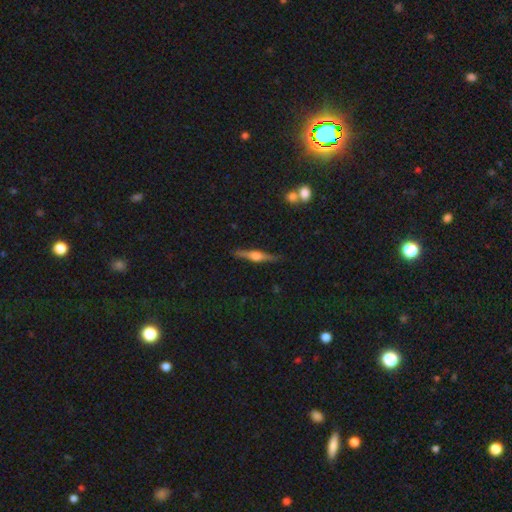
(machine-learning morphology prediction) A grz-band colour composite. It shows a featured or disk galaxy (72%) viewed edge-on (97%) with a rounded central bulge (87%). Merging: none (88%).